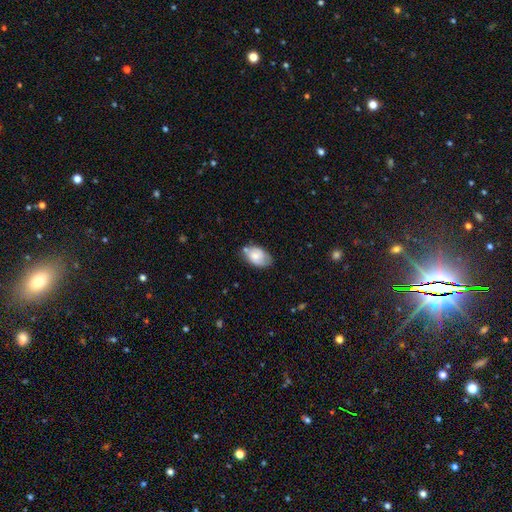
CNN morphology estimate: Smooth or featured? smooth (61%)
How rounded? in between (89%)
Merging? none (58%)